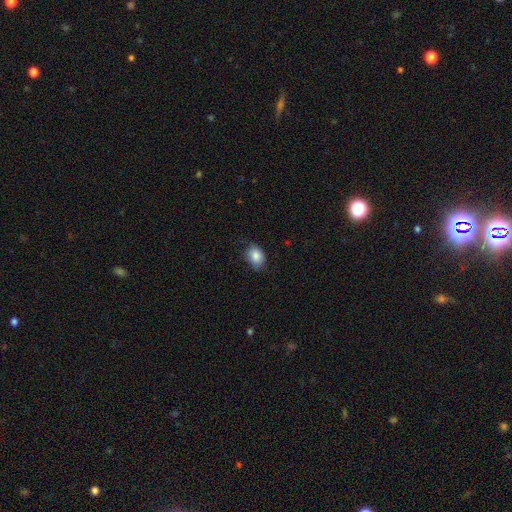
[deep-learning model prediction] The model was most divided on "how rounded": in between: 71%, round: 28%, cigar-shaped: 1%. More confident: smooth or featured — smooth (86%); merging — none (74%).